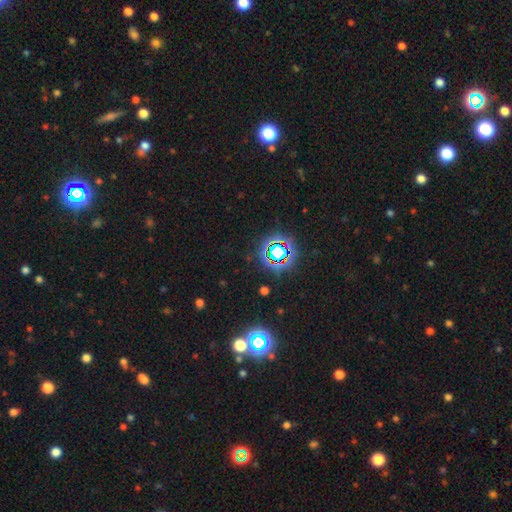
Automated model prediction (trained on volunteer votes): This is likely a star or artifact rather than a galaxy (78%).